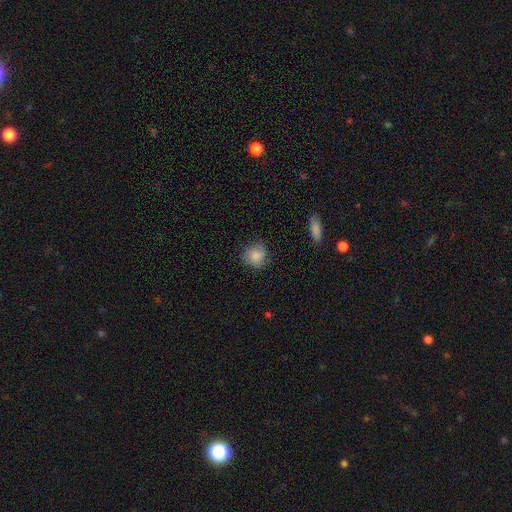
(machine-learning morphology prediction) smooth_or_featured: smooth (p=0.84) [alt: star or artifact p=0.08]
how_rounded: round (p=0.84) [alt: in between p=0.15]
merging: none (p=0.75) [alt: minor disturbance p=0.19]